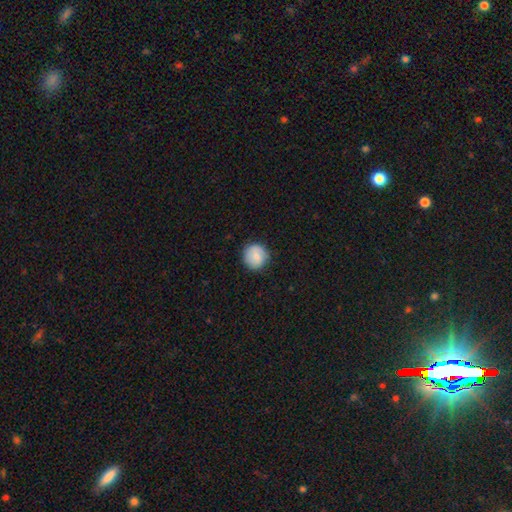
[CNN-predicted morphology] smooth-or-featured: smooth: 78% | featured or disk: 15% | star or artifact: 7%
  how-rounded: round: 93% | in between: 6% | cigar-shaped: 1%
  merging: none: 86% | minor disturbance: 11% | major disturbance: 2% | merger: 1%